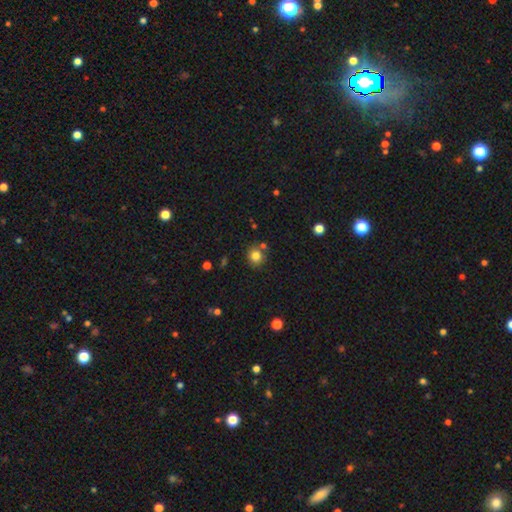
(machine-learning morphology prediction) Overall: smooth (81%). How rounded: round (86%). Merging: none (75%).